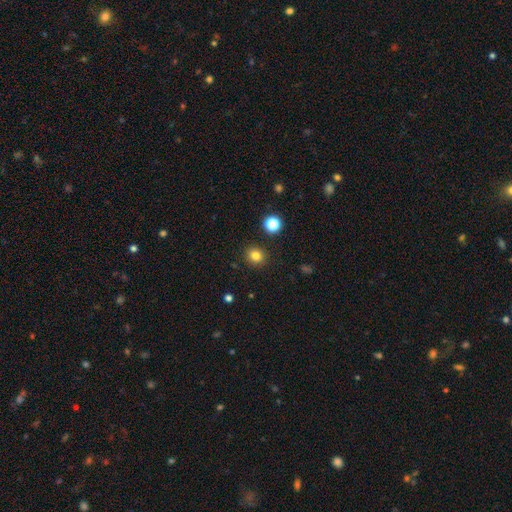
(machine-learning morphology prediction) smooth-or-featured: smooth: 81% | star or artifact: 14% | featured or disk: 6%
  how-rounded: round: 83% | in between: 16% | cigar-shaped: 1%
  merging: none: 89% | minor disturbance: 7% | major disturbance: 2% | merger: 2%